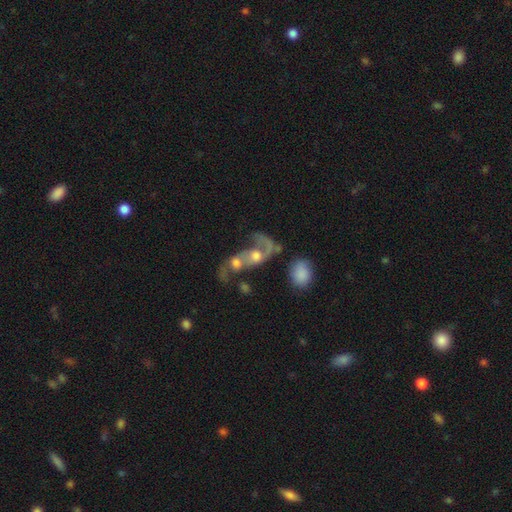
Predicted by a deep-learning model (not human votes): This is likely a featured or disk galaxy (66%). It is clearly not viewed edge-on (92%). Bar: likely no (74%). Spiral arm pattern: likely yes (69%). Central bulge: possibly moderate (53%). Merging: possibly merger (56%).